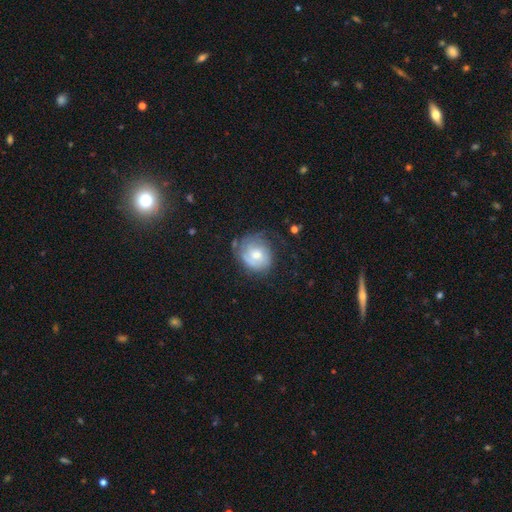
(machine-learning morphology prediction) A featured or disk galaxy (54%) with no bar (72%), spiral arms (77%) and a moderate central bulge (60%).

Vote fractions:
- Smooth or featured? featured or disk: 54% / smooth: 38% / star or artifact: 8%
- Edge-on disk? no: 97% / yes: 3%
- Bar? no: 72% / weak: 24% / strong: 4%
- Spiral arms? yes: 77% / no: 23%
- Bulge size? moderate: 60% / small: 27% / large: 9% / none: 2% / dominant: 1%
- Merging? none: 54% / minor disturbance: 27% / major disturbance: 17% / merger: 2%